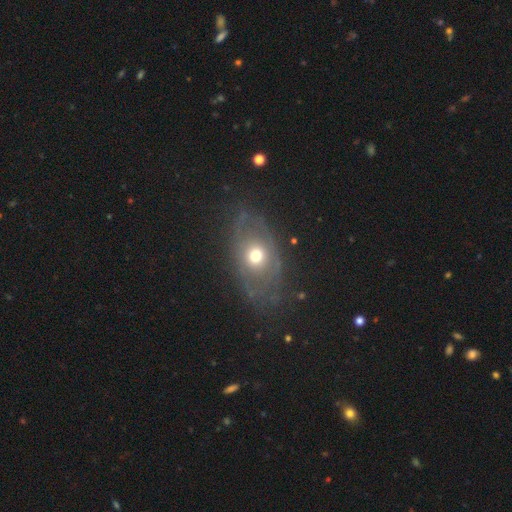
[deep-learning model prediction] This is possibly a featured or disk galaxy (46%). Merging: likely none (67%).